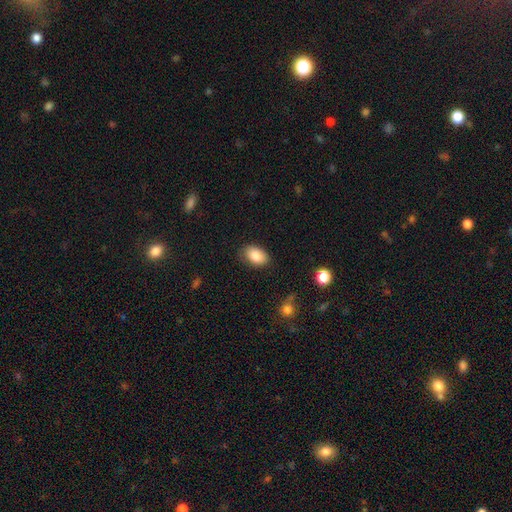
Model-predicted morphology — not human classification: type=smooth (85%); roundness=in between (88%); merging=none (82%).